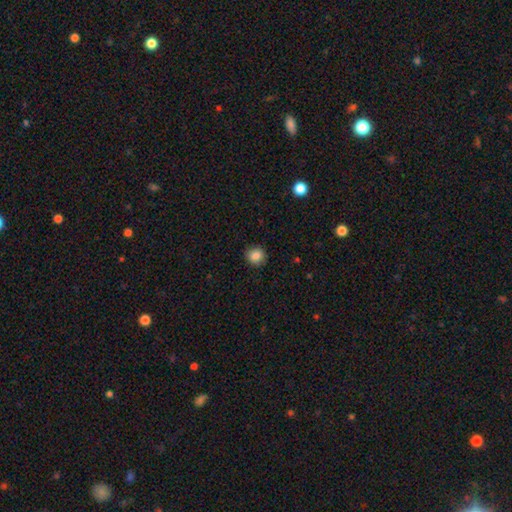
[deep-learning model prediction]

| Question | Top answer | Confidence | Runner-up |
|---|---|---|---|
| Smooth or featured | smooth | 86% | star or artifact (10%) |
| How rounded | round | 89% | in between (10%) |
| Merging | none | 91% | minor disturbance (7%) |